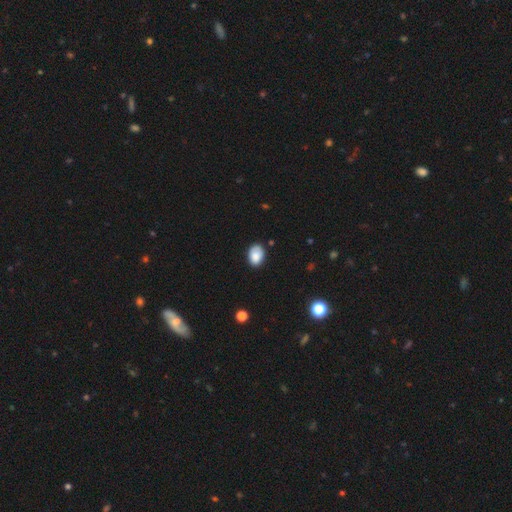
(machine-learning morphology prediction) This is clearly a smooth galaxy (85%). How rounded: clearly in between (81%). Merging: likely none (76%).